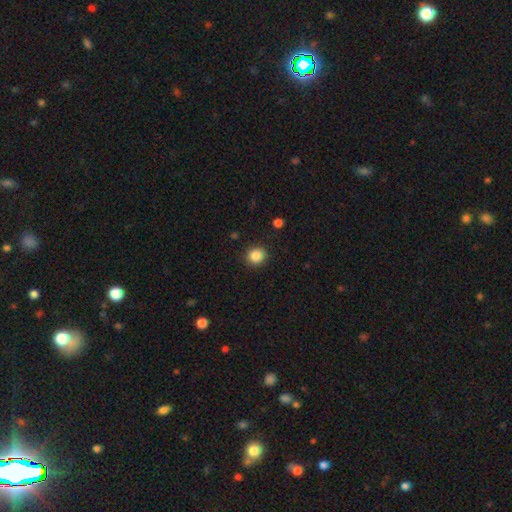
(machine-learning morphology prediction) smooth-or-featured: smooth: 87% | star or artifact: 10% | featured or disk: 4%
  how-rounded: round: 86% | in between: 13% | cigar-shaped: 1%
  merging: none: 90% | minor disturbance: 7% | major disturbance: 2% | merger: 1%